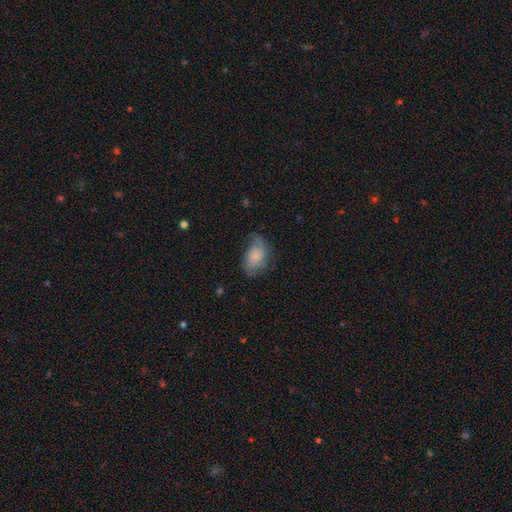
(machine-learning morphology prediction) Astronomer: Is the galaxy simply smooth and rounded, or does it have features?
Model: smooth — 61%.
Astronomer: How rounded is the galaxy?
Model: in between — 87%.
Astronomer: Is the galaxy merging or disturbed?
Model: none — 51% (runner-up: minor disturbance, 31%).